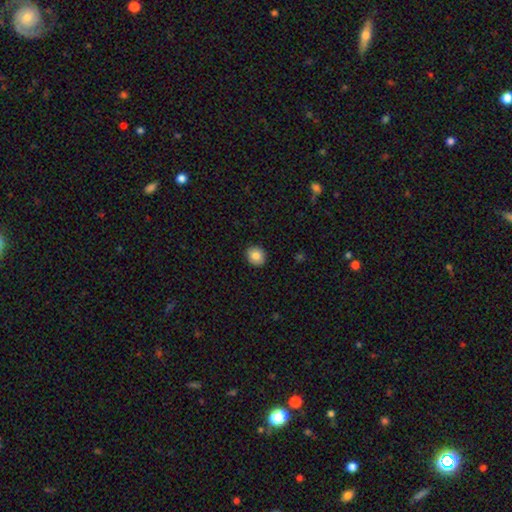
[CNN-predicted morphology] This is clearly a smooth galaxy (84%). How rounded: likely round (75%). Merging: clearly none (91%).